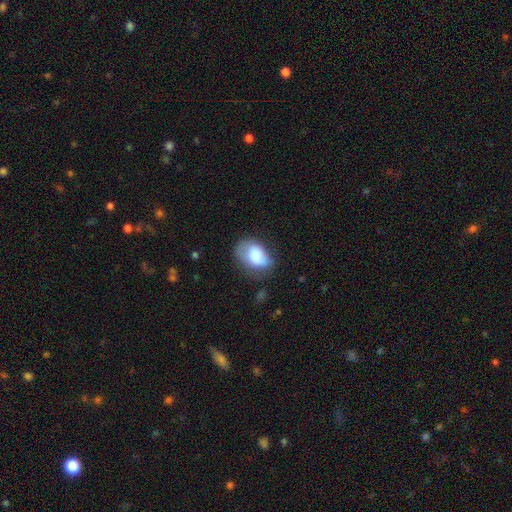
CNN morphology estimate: smooth_or_featured: smooth (p=0.76) [alt: featured or disk p=0.16]
how_rounded: in between (p=0.85) [alt: round p=0.14]
merging: none (p=0.42) [alt: minor disturbance p=0.35]